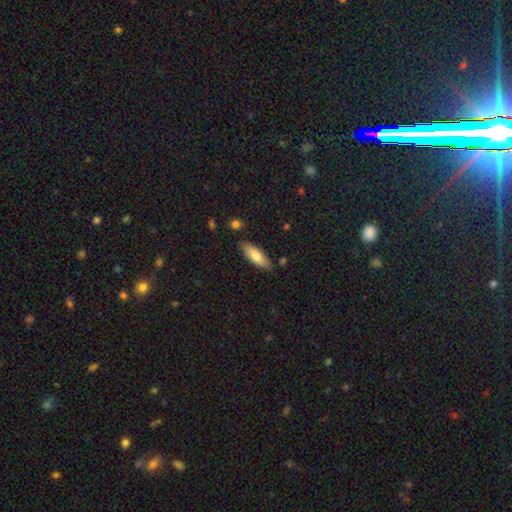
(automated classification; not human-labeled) Smooth or featured: smooth — 78% (featured or disk — 16%)
How rounded: in between — 62% (cigar-shaped — 36%)
Merging: none — 83% (minor disturbance — 12%)